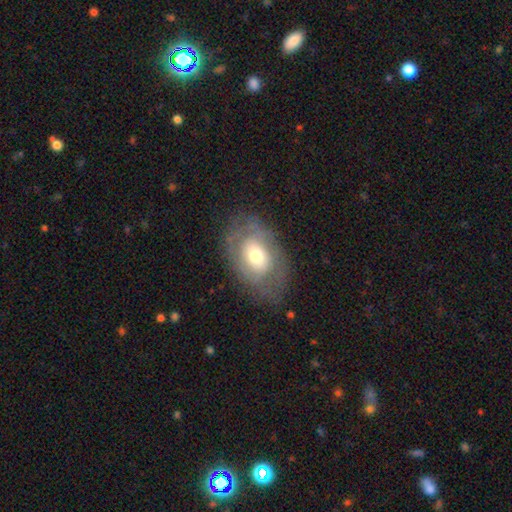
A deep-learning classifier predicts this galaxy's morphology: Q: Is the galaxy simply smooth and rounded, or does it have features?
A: featured or disk — 47%.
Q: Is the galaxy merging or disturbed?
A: none — 69%.